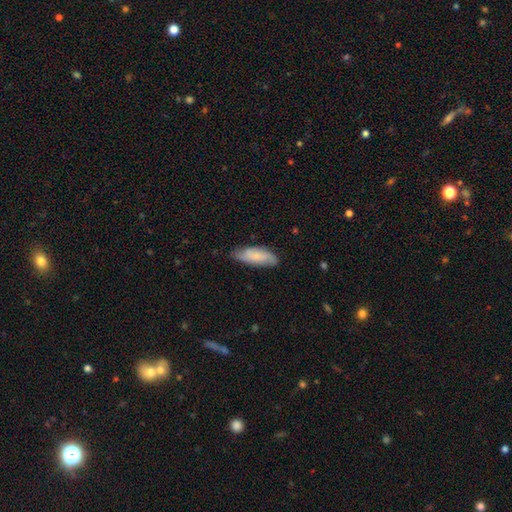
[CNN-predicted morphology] This is likely a smooth galaxy (67%). How rounded: likely in between (67%). Merging: likely none (73%).